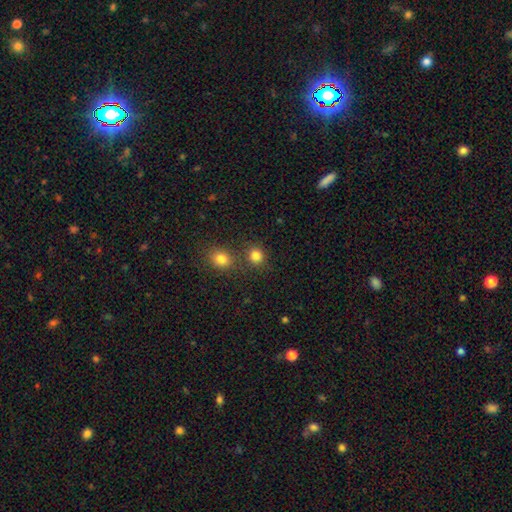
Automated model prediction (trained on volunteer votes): A smooth galaxy with no disk features (82%) that is round (87%).

Vote fractions:
- Smooth or featured? smooth: 82% / star or artifact: 13% / featured or disk: 5%
- How rounded? round: 87% / in between: 12% / cigar-shaped: 1%
- Merging? none: 71% / merger: 19% / minor disturbance: 7% / major disturbance: 3%